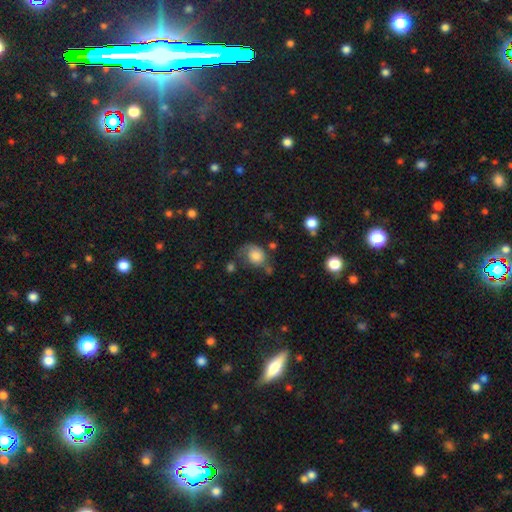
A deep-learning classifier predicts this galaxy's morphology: smooth 71%, featured or disk 20%, star or artifact 10%. Down the decision tree: how rounded — round (55%); merging — none (39%).